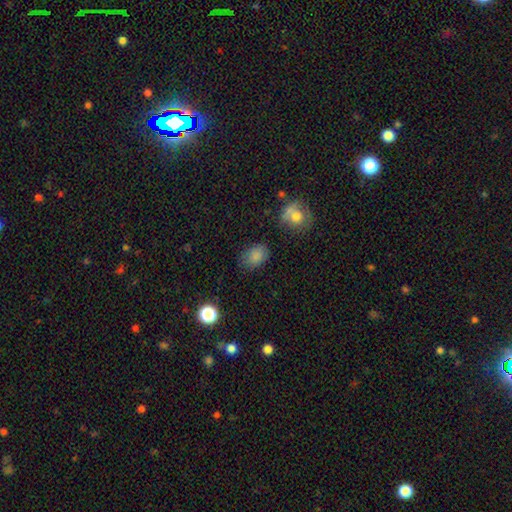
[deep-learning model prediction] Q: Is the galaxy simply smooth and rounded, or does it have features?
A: smooth — 84%.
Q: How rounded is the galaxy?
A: in between — 70%.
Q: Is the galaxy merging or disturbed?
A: none — 78%.